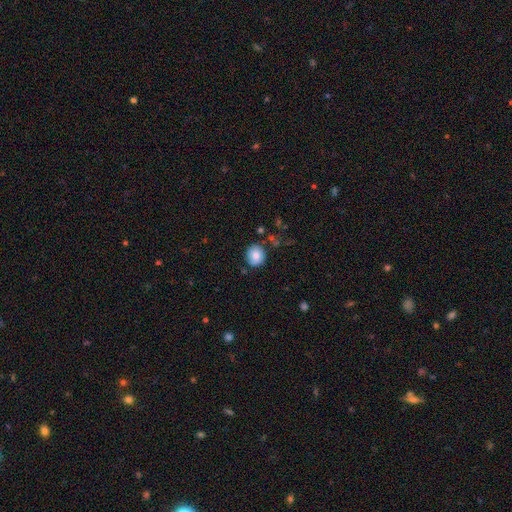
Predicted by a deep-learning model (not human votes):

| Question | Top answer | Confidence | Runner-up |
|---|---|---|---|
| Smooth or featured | smooth | 78% | featured or disk (13%) |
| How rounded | round | 84% | in between (15%) |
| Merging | none | 80% | minor disturbance (13%) |